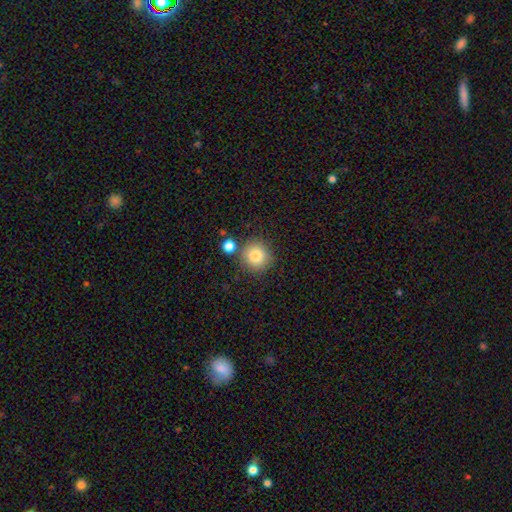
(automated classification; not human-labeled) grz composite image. It shows a smooth galaxy with no disk features (81%) that is round (93%). Merging: none (79%).